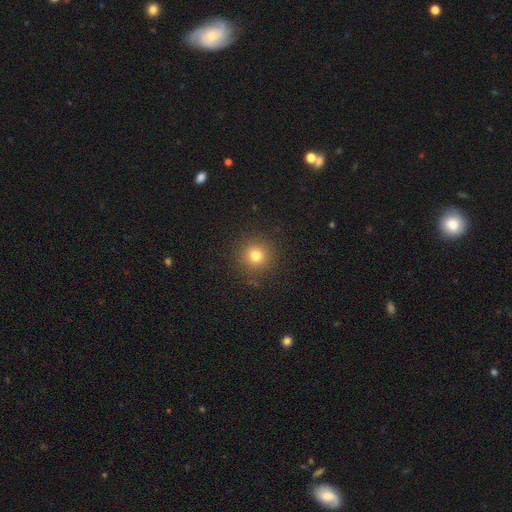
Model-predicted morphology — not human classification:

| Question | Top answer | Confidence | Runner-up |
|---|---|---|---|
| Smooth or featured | smooth | 77% | star or artifact (16%) |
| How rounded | round | 95% | in between (4%) |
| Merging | none | 90% | minor disturbance (6%) |